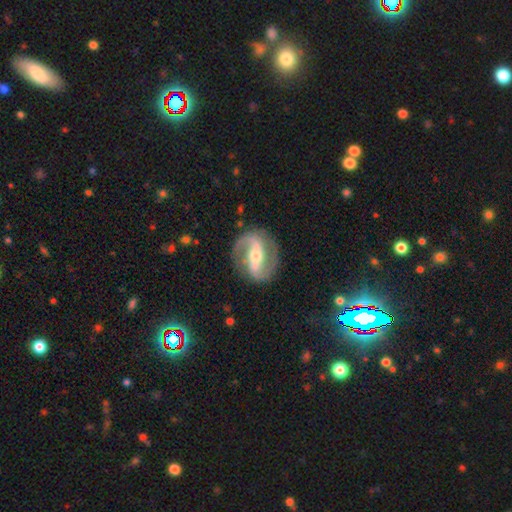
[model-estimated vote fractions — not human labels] This is clearly a featured or disk galaxy (88%). It is clearly not viewed edge-on (96%). Bar: possibly strong (60%). Spiral arm pattern: clearly yes (94%). Spiral arm count: clearly 2 (92%). Spiral winding: possibly medium (49%). Central bulge: possibly moderate (59%). Merging: clearly none (83%).